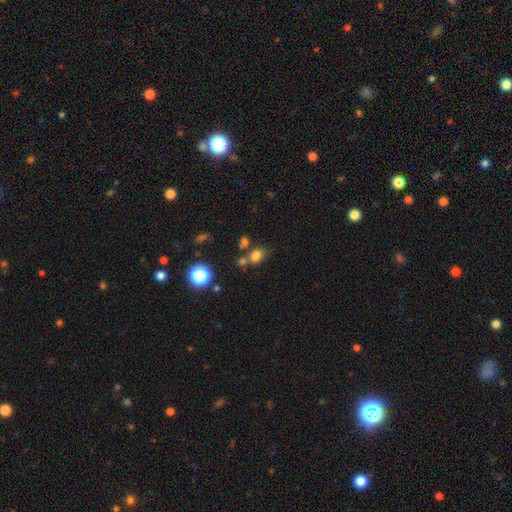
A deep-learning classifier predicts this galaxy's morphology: Smooth or featured: smooth — 75% (star or artifact — 17%)
How rounded: in between — 59% (round — 39%)
Merging: none — 59% (merger — 20%)